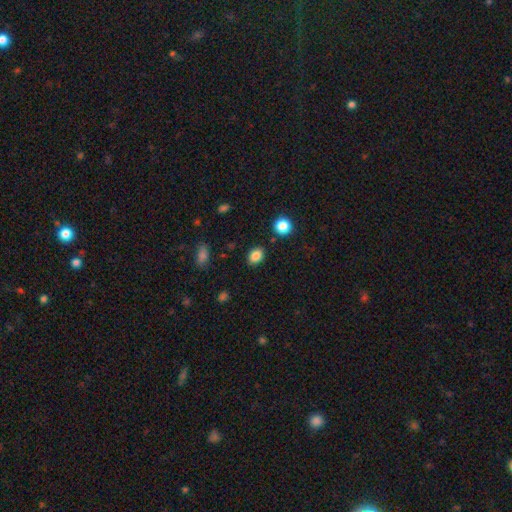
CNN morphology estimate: A smooth galaxy with no disk features (85%) that is in between round and cigar-shaped (67%).

Vote fractions:
- Smooth or featured? smooth: 85% / star or artifact: 10% / featured or disk: 5%
- How rounded? in between: 67% / round: 32% / cigar-shaped: 1%
- Merging? none: 86% / minor disturbance: 9% / merger: 3% / major disturbance: 3%